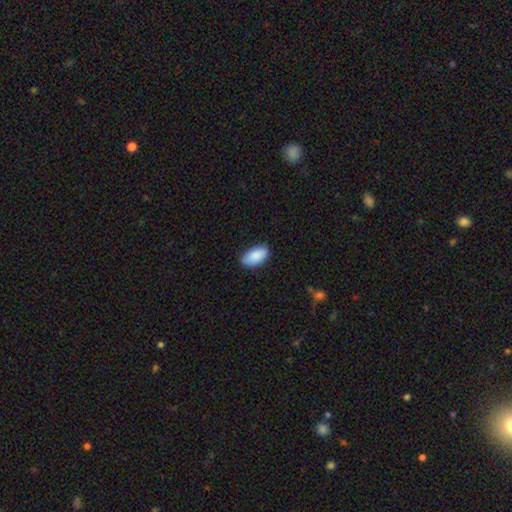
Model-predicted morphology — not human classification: A smooth galaxy with no disk features (90%) that is in between round and cigar-shaped (94%). Merging: none (85%).